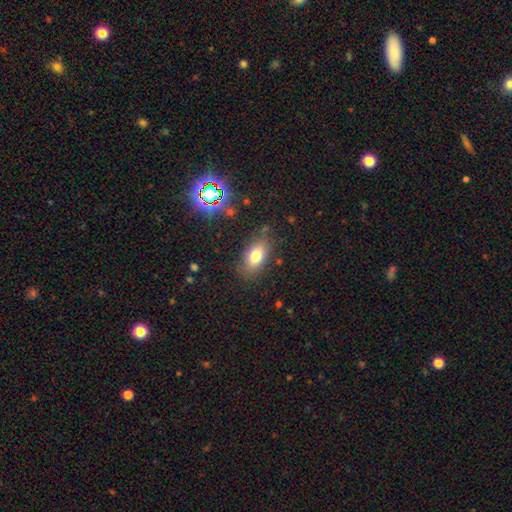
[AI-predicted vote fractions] Smooth or featured? smooth (75%)
How rounded? in between (87%)
Merging? none (80%)